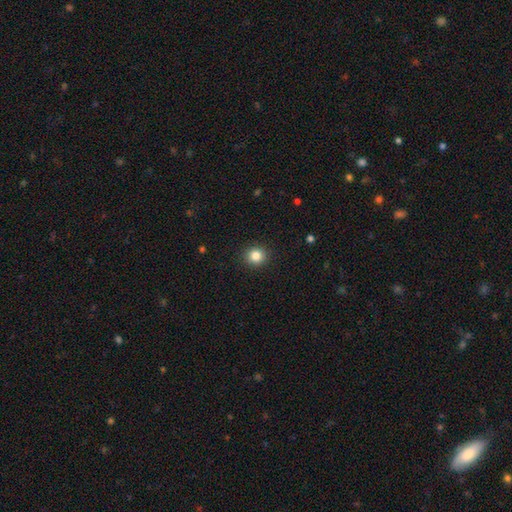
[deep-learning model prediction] This is clearly a smooth galaxy (84%). How rounded: clearly round (87%). Merging: clearly none (92%).